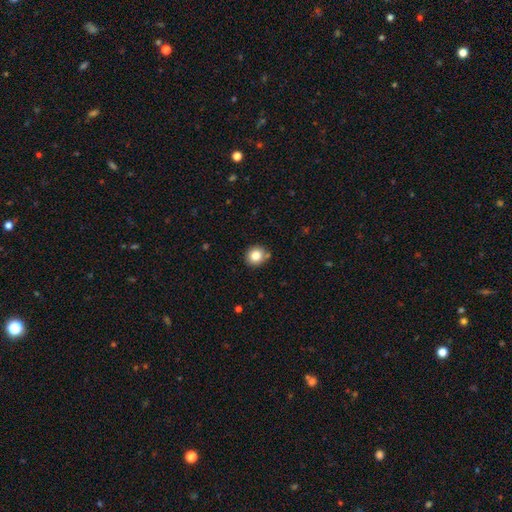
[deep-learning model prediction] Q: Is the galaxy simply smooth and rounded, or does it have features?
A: smooth — 82%.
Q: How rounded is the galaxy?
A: round — 85%.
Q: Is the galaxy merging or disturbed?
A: none — 80%.